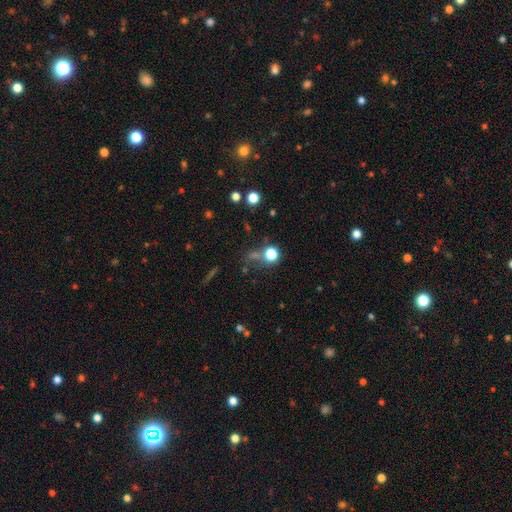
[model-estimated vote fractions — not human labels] A star or artifact, not a galaxy (44%, tied with smooth).